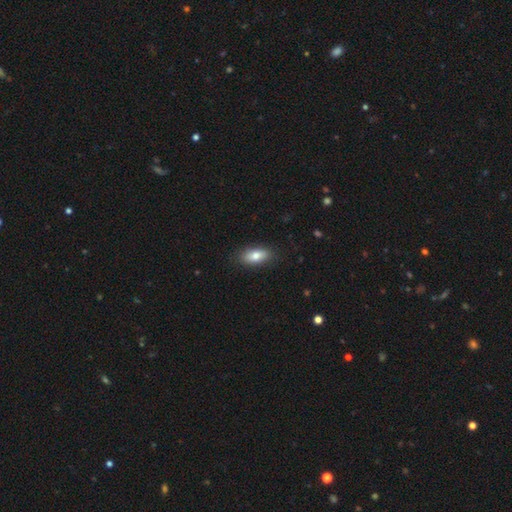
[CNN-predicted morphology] This appears to be a smooth galaxy with no disk features (77%) that is in between round and cigar-shaped (84%). Merging: none (85%).